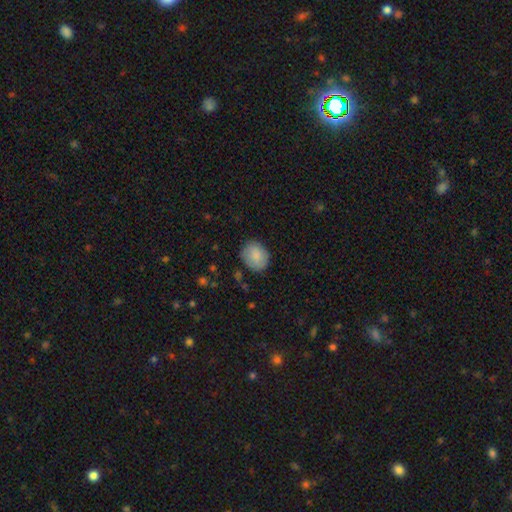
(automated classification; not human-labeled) Smooth or featured: smooth — 85% (featured or disk — 8%)
How rounded: round — 55% (in between — 44%)
Merging: none — 79% (minor disturbance — 16%)